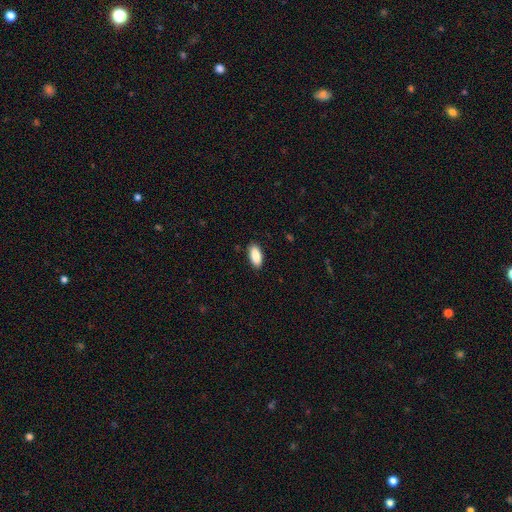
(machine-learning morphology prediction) Smooth or featured: smooth — 90% (star or artifact — 6%)
How rounded: in between — 89% (cigar-shaped — 9%)
Merging: none — 87% (minor disturbance — 10%)